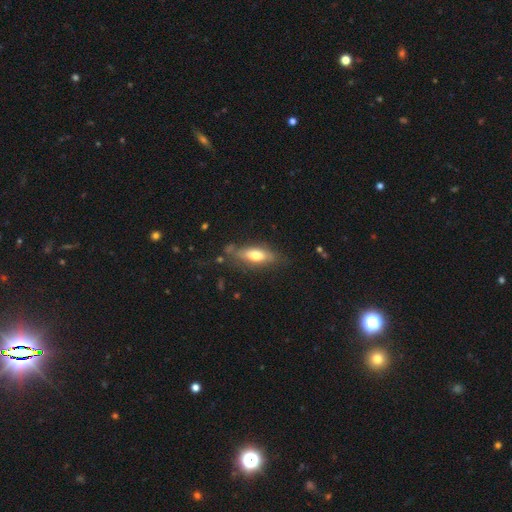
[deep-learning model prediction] Smooth or featured: smooth — 63% (featured or disk — 30%)
How rounded: in between — 64% (cigar-shaped — 33%)
Merging: none — 68% (minor disturbance — 21%)